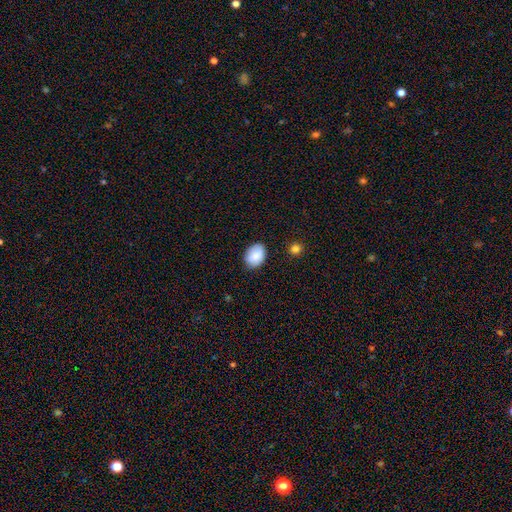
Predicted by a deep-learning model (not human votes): A smooth galaxy with no disk features (86%) that is in between round and cigar-shaped (75%). Merging: none (81%).